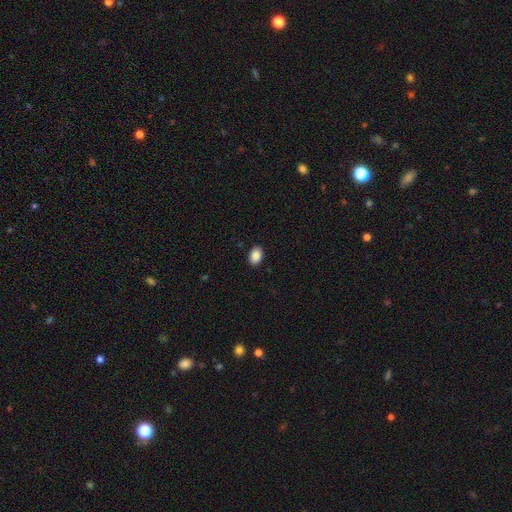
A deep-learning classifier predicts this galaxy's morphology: This is clearly a smooth galaxy (88%). How rounded: clearly in between (84%). Merging: clearly none (90%).